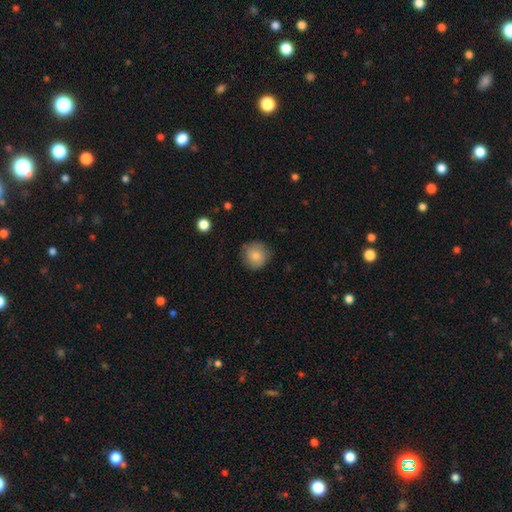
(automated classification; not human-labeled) This is clearly a smooth galaxy (81%). How rounded: clearly round (91%). Merging: likely none (80%).